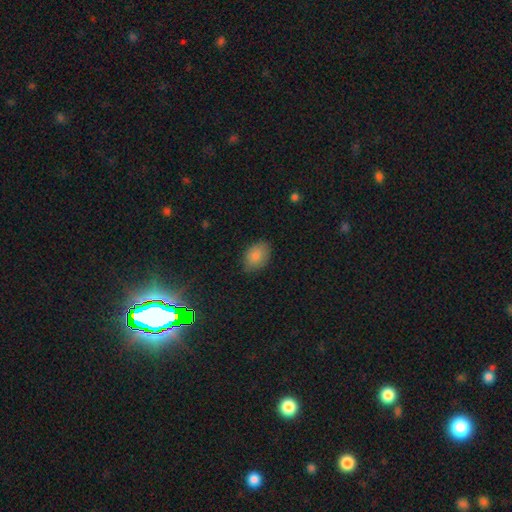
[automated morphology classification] Smooth or featured: smooth — 86% (star or artifact — 8%)
How rounded: in between — 84% (round — 15%)
Merging: none — 82% (minor disturbance — 14%)